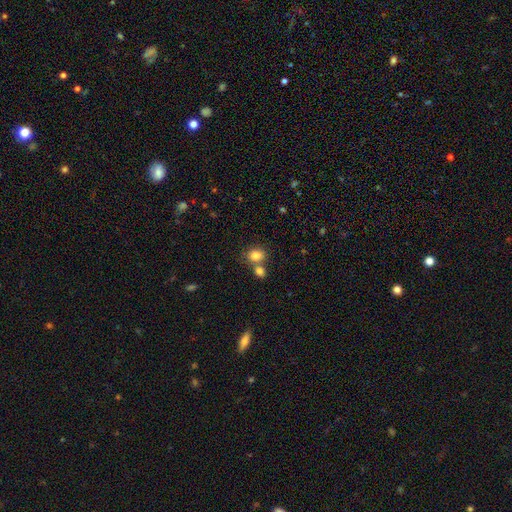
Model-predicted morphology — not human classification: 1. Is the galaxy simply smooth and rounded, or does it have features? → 82% smooth, 11% star or artifact, 7% featured or disk.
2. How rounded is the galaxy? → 60% round, 39% in between, 1% cigar-shaped.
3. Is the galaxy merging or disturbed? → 53% none, 34% merger, 10% minor disturbance, 3% major disturbance.